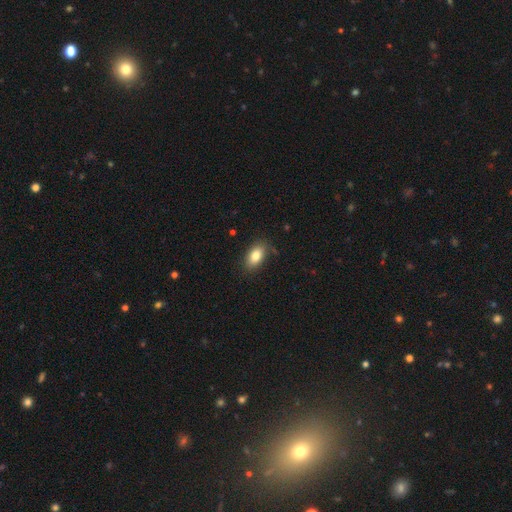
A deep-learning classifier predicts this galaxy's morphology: This appears to be a smooth galaxy with no disk features (82%) that is in between round and cigar-shaped (91%). Merging: none (81%).